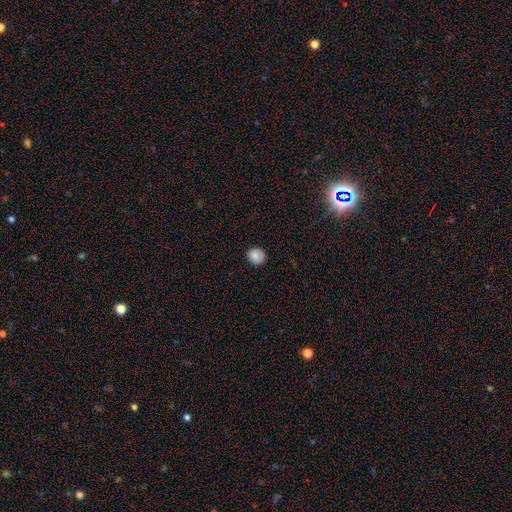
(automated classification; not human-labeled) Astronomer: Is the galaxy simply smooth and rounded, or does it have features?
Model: smooth — 86%.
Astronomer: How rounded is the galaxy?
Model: round — 80%.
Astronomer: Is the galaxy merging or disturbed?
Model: none — 86%.